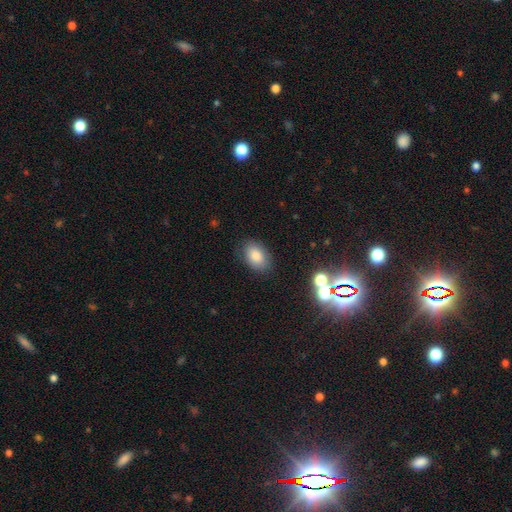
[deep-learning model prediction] smooth 83%, star or artifact 9%, featured or disk 8%. Down the decision tree: how rounded — in between (86%); merging — none (84%).